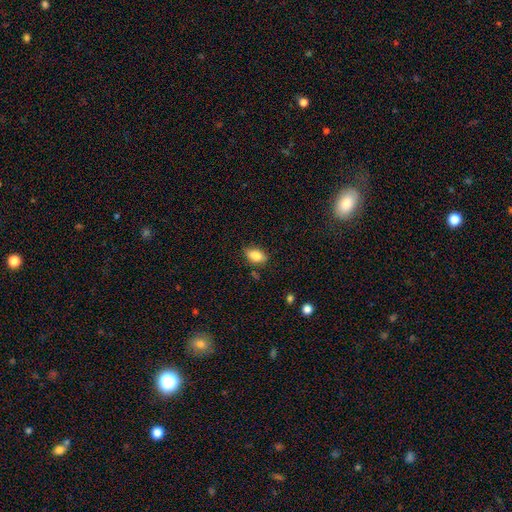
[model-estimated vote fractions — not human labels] This appears to be a smooth galaxy with no disk features (86%) that is in between round and cigar-shaped (89%). Merging: none (78%).